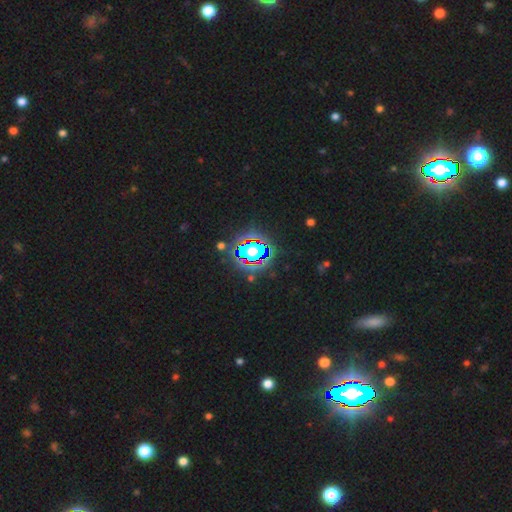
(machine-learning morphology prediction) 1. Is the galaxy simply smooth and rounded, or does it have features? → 66% star or artifact, 21% smooth, 14% featured or disk.